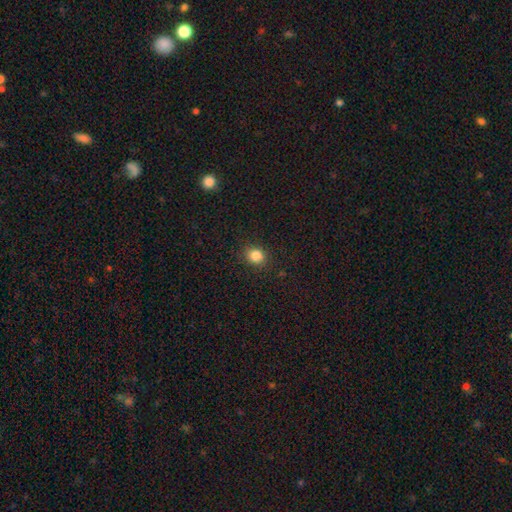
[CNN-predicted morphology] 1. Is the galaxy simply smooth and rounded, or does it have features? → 83% smooth, 12% star or artifact, 5% featured or disk.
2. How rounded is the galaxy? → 74% round, 25% in between, 1% cigar-shaped.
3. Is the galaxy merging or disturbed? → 88% none, 8% minor disturbance, 2% major disturbance, 1% merger.